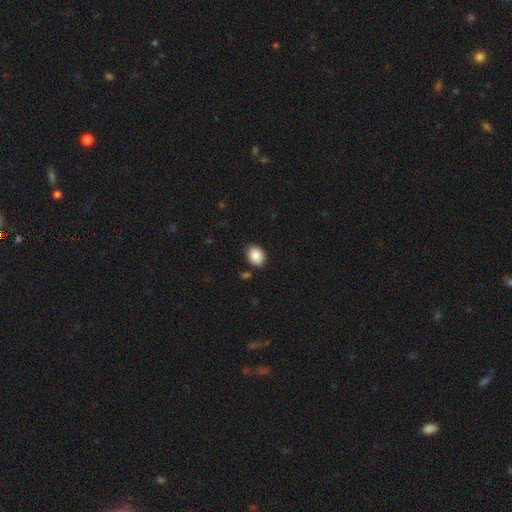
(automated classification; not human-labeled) Smooth or featured?
  - smooth: 87% *
  - star or artifact: 8%
  - featured or disk: 6%
How rounded?
  - in between: 68% *
  - round: 32%
  - cigar-shaped: 1%
Merging?
  - none: 83% *
  - minor disturbance: 12%
  - merger: 3%
  - major disturbance: 2%